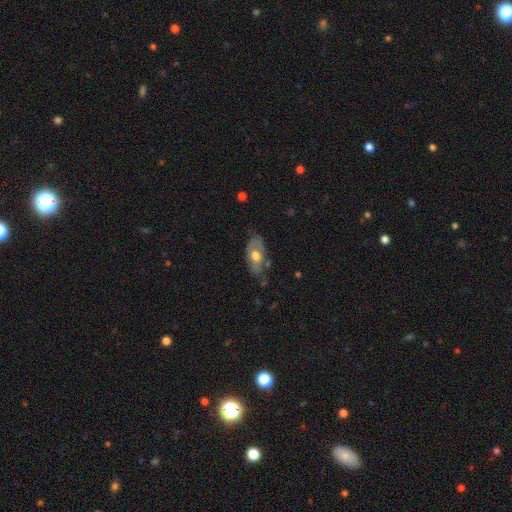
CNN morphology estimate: The model was most divided on "smooth or featured": featured or disk: 49%, smooth: 45%, star or artifact: 6%. More confident: merging — none (59%).